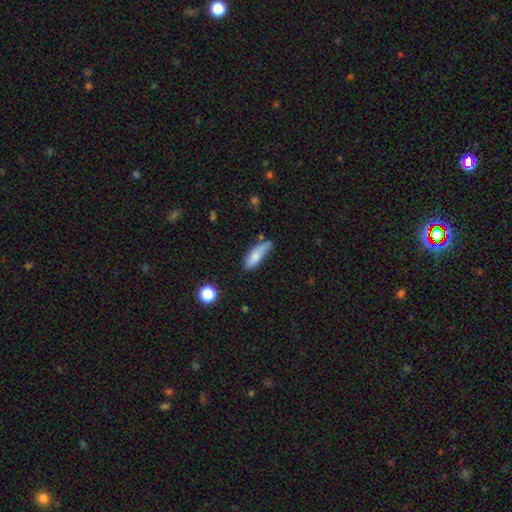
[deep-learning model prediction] smooth-or-featured: smooth: 79% | featured or disk: 13% | star or artifact: 8%
  how-rounded: in between: 53% | cigar-shaped: 45% | round: 3%
  merging: none: 47% | minor disturbance: 34% | major disturbance: 11% | merger: 8%